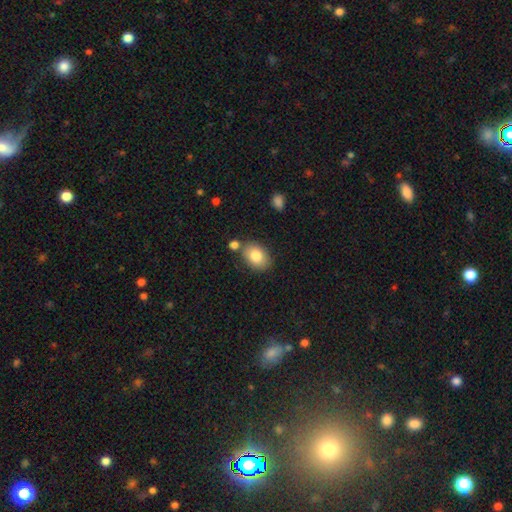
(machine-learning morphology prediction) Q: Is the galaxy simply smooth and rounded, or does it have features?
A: smooth — 82%.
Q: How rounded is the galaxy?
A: in between — 76%.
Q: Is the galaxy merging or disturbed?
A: none — 74%.